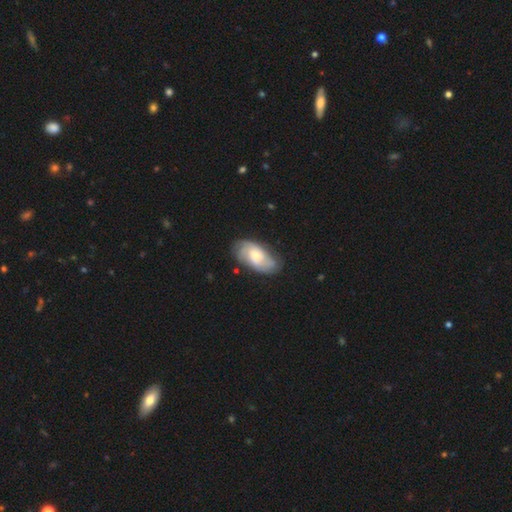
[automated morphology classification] Smooth or featured?
  - featured or disk: 64% *
  - smooth: 30%
  - star or artifact: 6%
Edge-on disk?
  - no: 95% *
  - yes: 5%
Bar?
  - no: 65% *
  - weak: 30%
  - strong: 5%
Spiral arms?
  - yes: 89% *
  - no: 11%
Spiral winding?
  - tight: 48% *
  - medium: 37%
  - loose: 15%
Spiral arm count?
  - 2: 36% * (tied)
  - can't tell: 36% * (tied)
  - 3: 14%
  - 4: 6%
  - 1: 4%
  - more than 4: 3%
Bulge size?
  - small: 47% *
  - moderate: 44%
  - large: 5%
  - none: 2%
  - dominant: 1%
Merging?
  - none: 70% *
  - minor disturbance: 21%
  - major disturbance: 7%
  - merger: 2%